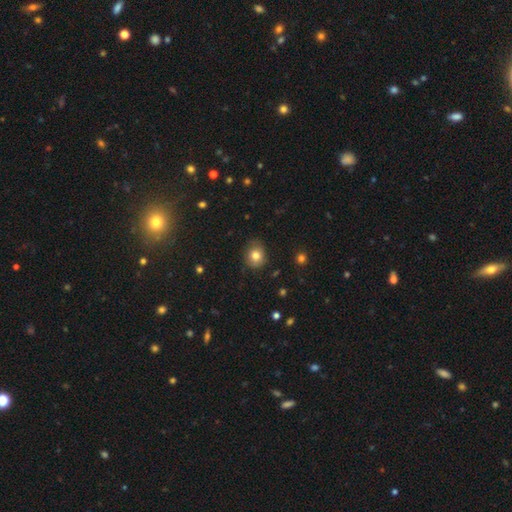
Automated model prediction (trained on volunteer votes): A smooth galaxy with no disk features (80%) that is round (68%). Merging: none (78%).